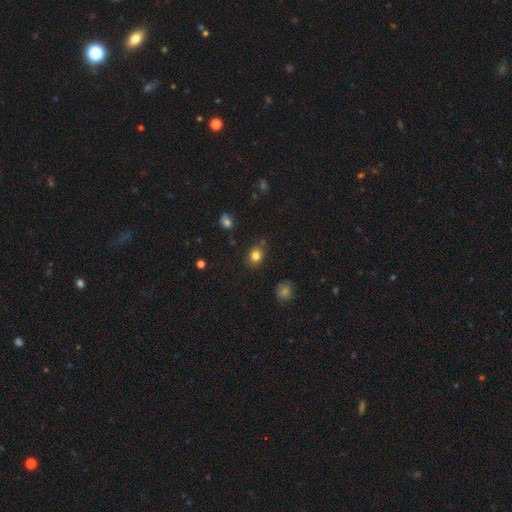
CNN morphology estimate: smooth 81%, star or artifact 12%, featured or disk 7%. Down the decision tree: how rounded — round (58%); merging — none (80%).